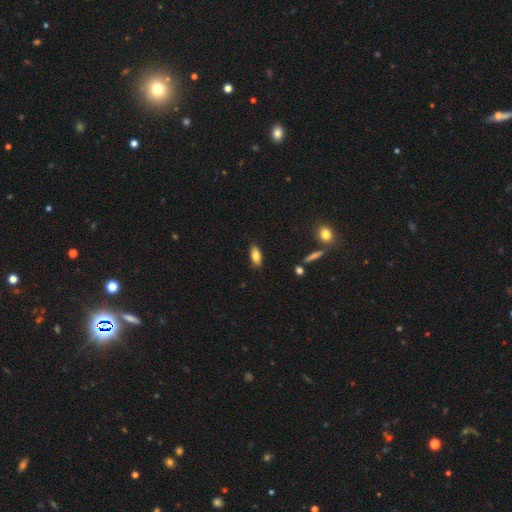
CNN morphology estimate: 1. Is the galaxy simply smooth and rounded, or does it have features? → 80% smooth, 13% featured or disk, 7% star or artifact.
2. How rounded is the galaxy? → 82% in between, 15% cigar-shaped, 3% round.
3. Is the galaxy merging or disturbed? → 85% none, 11% minor disturbance, 2% major disturbance, 2% merger.